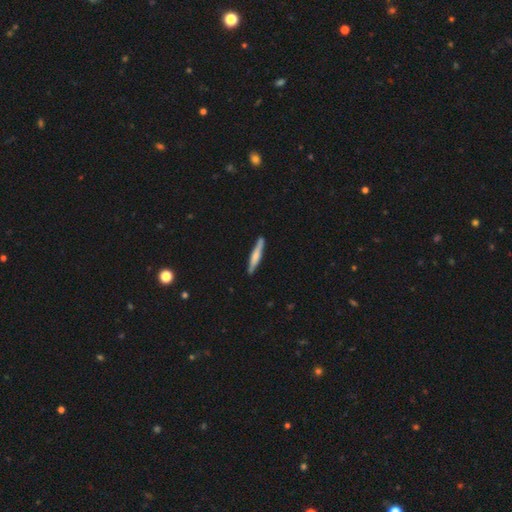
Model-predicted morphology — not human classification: The model was most divided on "smooth or featured": smooth: 56%, featured or disk: 39%, star or artifact: 5%. More confident: how rounded — cigar-shaped (93%); merging — none (87%).